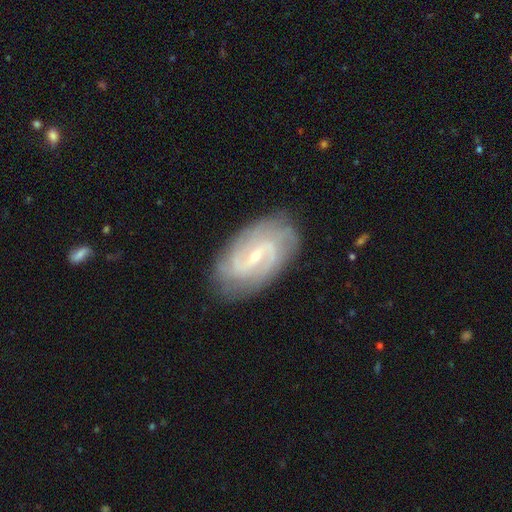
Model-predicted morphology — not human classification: smooth_or_featured: featured or disk (p=0.86) [alt: smooth p=0.08]
disk_edge_on: no (p=0.96) [alt: yes p=0.04]
bar: weak (p=0.53) [alt: strong p=0.28]
has_spiral_arms: yes (p=0.96) [alt: no p=0.04]
spiral_winding: medium (p=0.43) [alt: tight p=0.40]
spiral_arm_count: 2 (p=0.58) [alt: can't tell p=0.18]
bulge_size: small (p=0.74) [alt: moderate p=0.22]
merging: none (p=0.81) [alt: minor disturbance p=0.14]